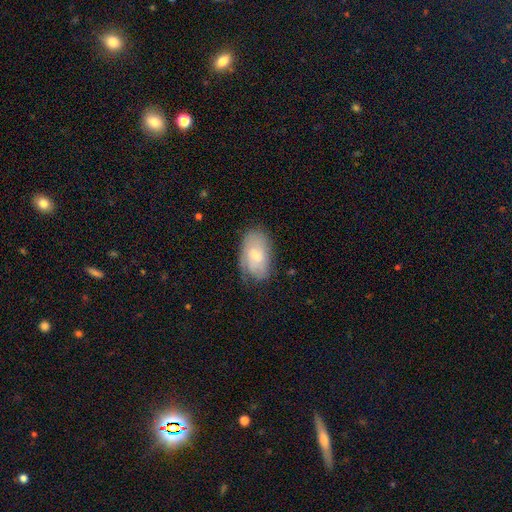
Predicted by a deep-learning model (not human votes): This is likely a smooth galaxy (61%). How rounded: clearly in between (92%). Merging: likely none (66%).